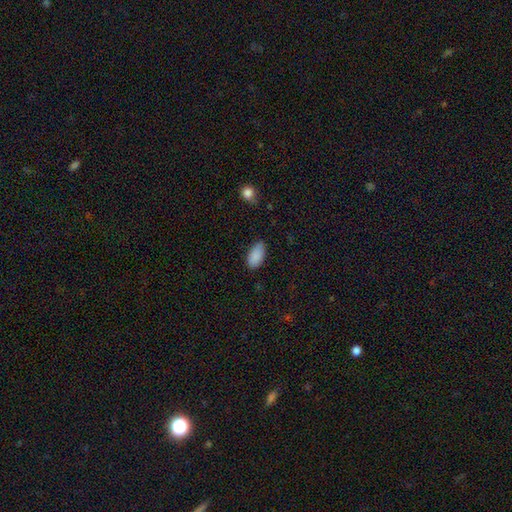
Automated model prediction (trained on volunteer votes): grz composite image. It shows a smooth galaxy with no disk features (89%) that is in between round and cigar-shaped (94%). Merging: none (77%).